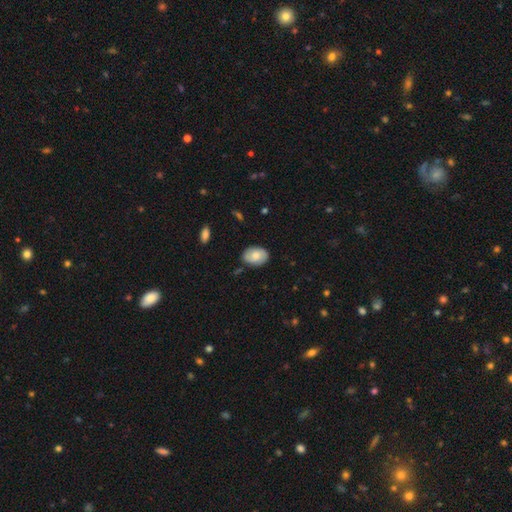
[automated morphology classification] The model was most divided on "smooth or featured": smooth: 68%, featured or disk: 25%, star or artifact: 7%. More confident: merging — none (81%); how rounded — in between (79%).